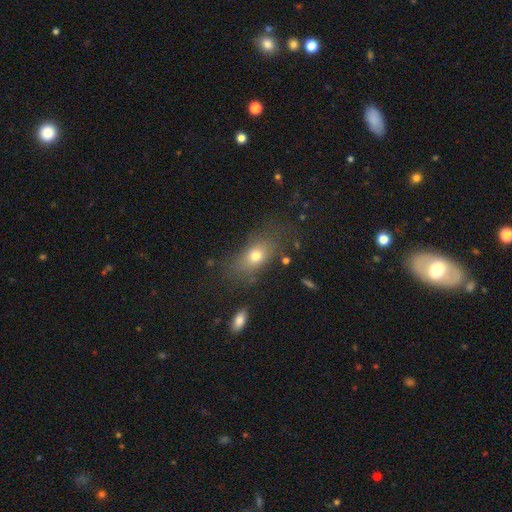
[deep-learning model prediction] This is likely a smooth galaxy (73%). How rounded: likely in between (76%). Merging: likely none (67%).